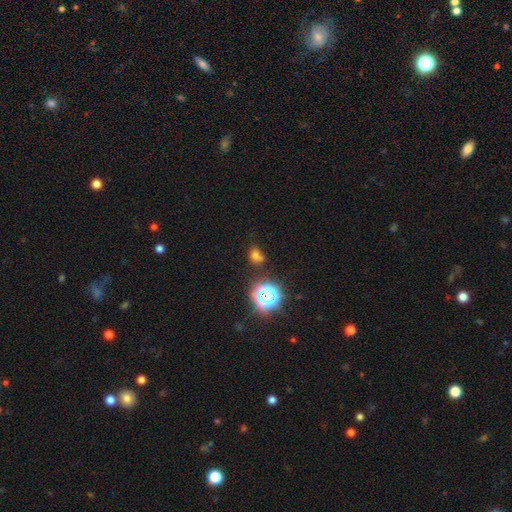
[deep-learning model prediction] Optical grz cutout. It shows a smooth galaxy with no disk features (62%) that is round (62%). Merging: none (58%).